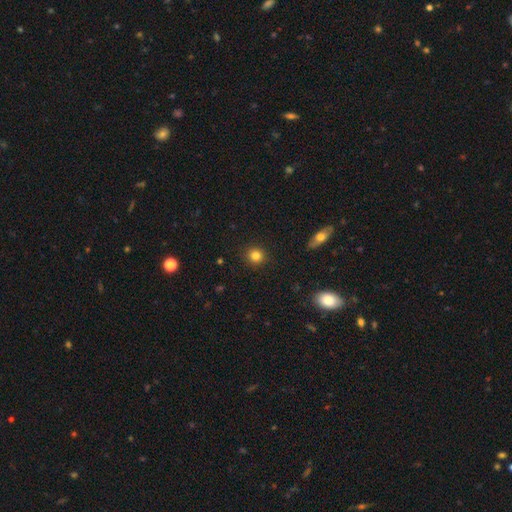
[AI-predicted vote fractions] This appears to be a smooth galaxy with no disk features (82%) that is round (91%). Merging: none (91%).